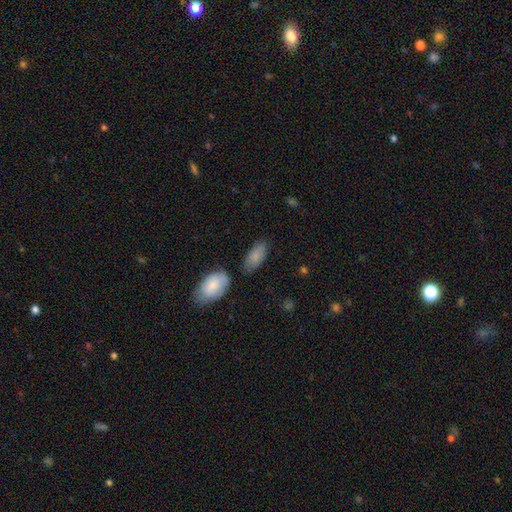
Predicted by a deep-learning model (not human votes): smooth 83%, featured or disk 11%, star or artifact 7%. Down the decision tree: how rounded — in between (90%); merging — none (71%).